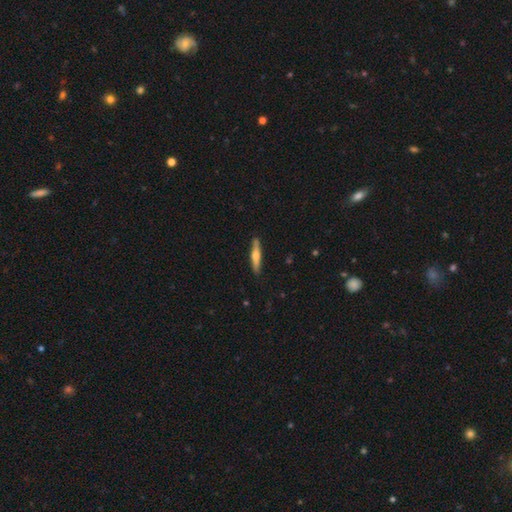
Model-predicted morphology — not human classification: This appears to be a featured or disk galaxy (47%, tied with smooth). Merging: none (87%).